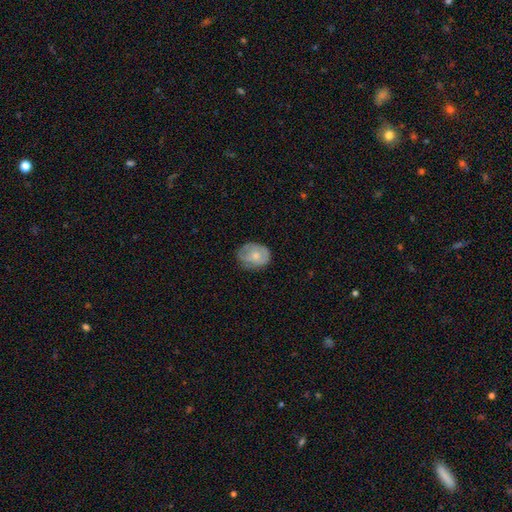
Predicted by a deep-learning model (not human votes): smooth_or_featured: smooth (p=0.60) [alt: featured or disk p=0.33]
how_rounded: in between (p=0.55) [alt: round p=0.44]
merging: none (p=0.61) [alt: minor disturbance p=0.29]